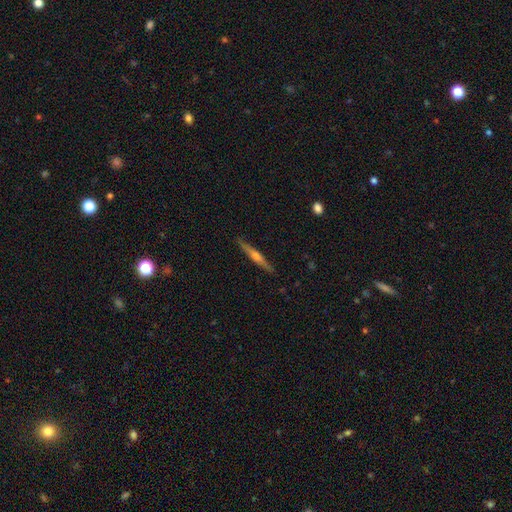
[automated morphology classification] smooth-or-featured: featured or disk: 71% | smooth: 23% | star or artifact: 6%
  disk-edge-on: yes: 98% | no: 2%
    edge-on-bulge: rounded: 87% | none: 7% | boxy: 6%
  merging: none: 91% | minor disturbance: 7% | major disturbance: 1% | merger: 1%